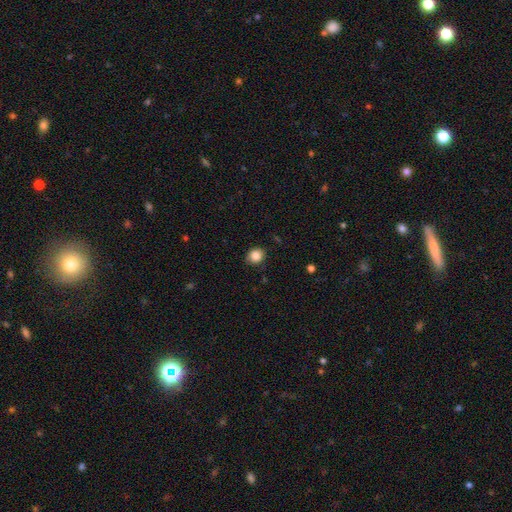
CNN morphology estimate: Smooth or featured: smooth — 85% (star or artifact — 10%)
How rounded: round — 69% (in between — 30%)
Merging: none — 88% (minor disturbance — 9%)